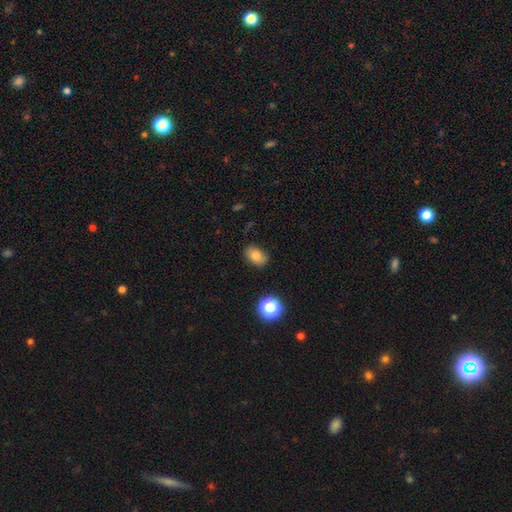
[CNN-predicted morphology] smooth_or_featured: smooth (p=0.77) [alt: featured or disk p=0.12]
how_rounded: in between (p=0.82) [alt: round p=0.16]
merging: none (p=0.82) [alt: minor disturbance p=0.14]